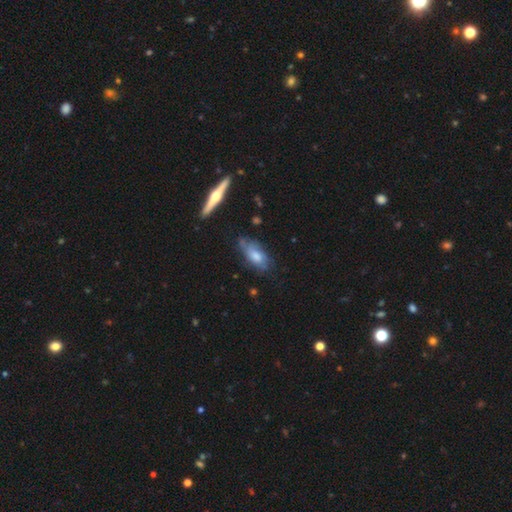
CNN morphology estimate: A smooth galaxy with no disk features (48%). Merging: none (54%).